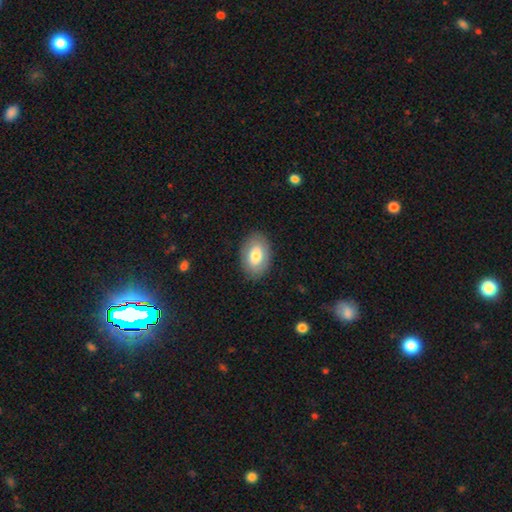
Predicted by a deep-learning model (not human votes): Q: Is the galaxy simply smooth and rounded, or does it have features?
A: smooth — 77%.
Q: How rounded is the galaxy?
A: in between — 87%.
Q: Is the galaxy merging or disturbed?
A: none — 87%.